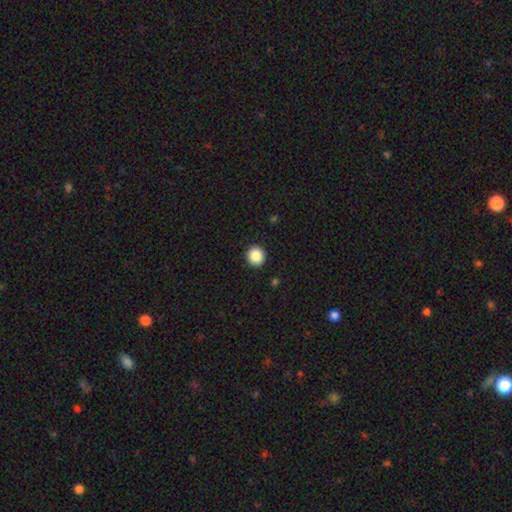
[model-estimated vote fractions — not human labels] This is clearly a smooth galaxy (88%). How rounded: clearly round (91%). Merging: clearly none (93%).